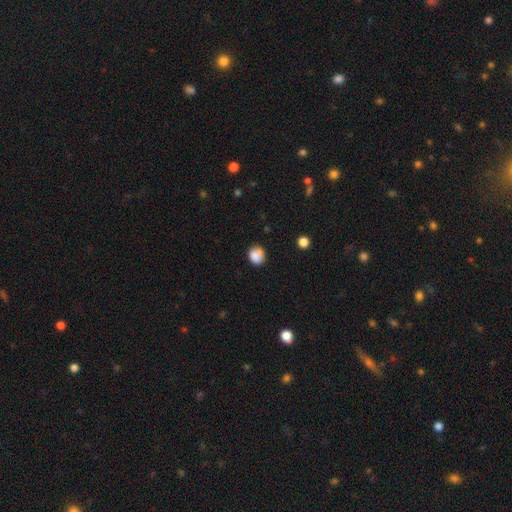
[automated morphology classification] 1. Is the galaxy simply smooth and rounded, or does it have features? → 86% smooth, 9% star or artifact, 4% featured or disk.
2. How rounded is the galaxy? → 76% round, 23% in between, 1% cigar-shaped.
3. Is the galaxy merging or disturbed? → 76% none, 18% minor disturbance, 4% major disturbance, 3% merger.